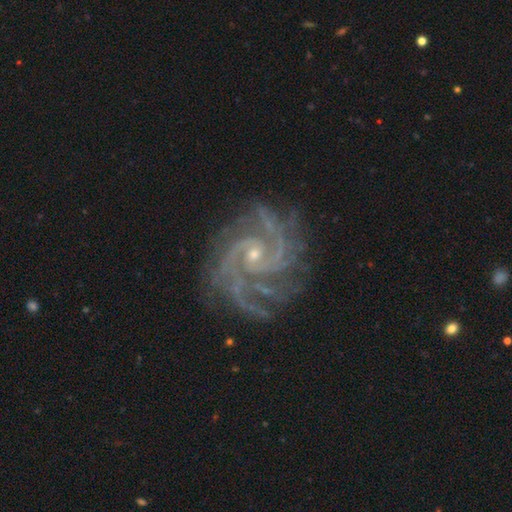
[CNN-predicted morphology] This appears to be a featured or disk galaxy (92%) with no bar (60%), 3 (28%) tight (58%) spiral arms (99%) and a small central bulge (77%). Merging: none (77%).